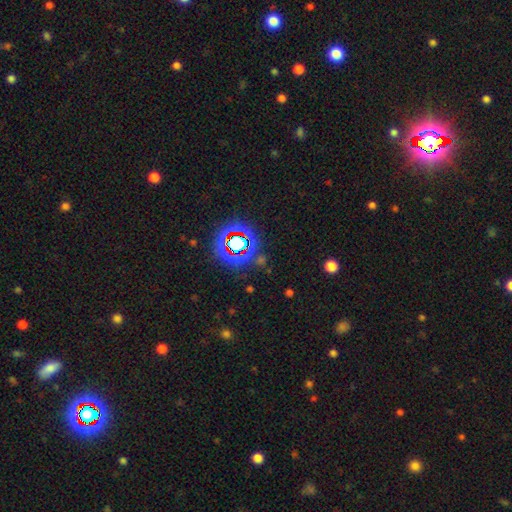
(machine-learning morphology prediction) A star or artifact, not a galaxy (79%).